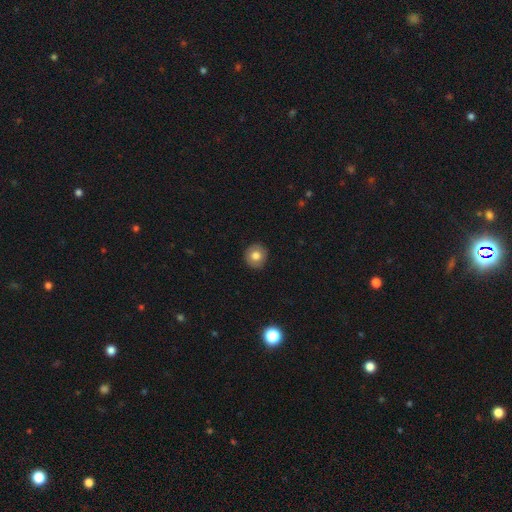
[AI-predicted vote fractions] Smooth or featured? smooth (77%)
How rounded? round (93%)
Merging? none (91%)